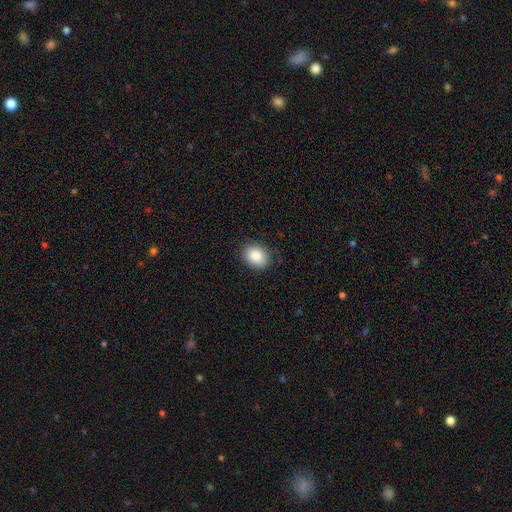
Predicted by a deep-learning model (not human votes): Overall: smooth (86%). How rounded: in between (55%; round 45%). Merging: none (87%).